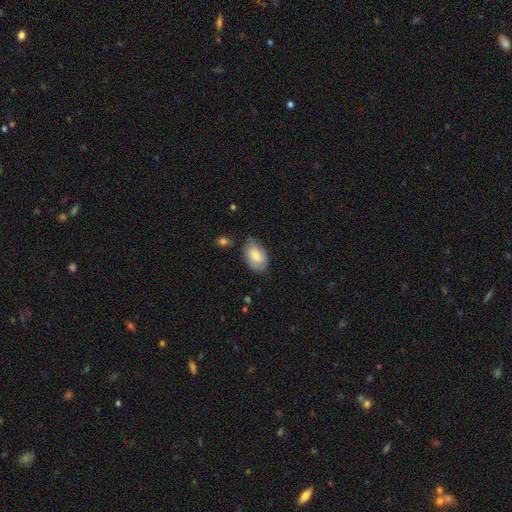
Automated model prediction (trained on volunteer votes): Smooth or featured? Predicted: smooth (p=0.71). How rounded? Predicted: in between (p=0.91). Merging? Predicted: none (p=0.65).